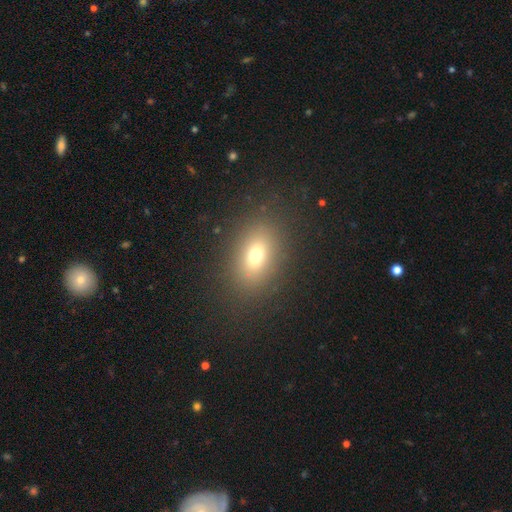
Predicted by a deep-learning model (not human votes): smooth 72%, star or artifact 15%, featured or disk 14%. Down the decision tree: how rounded — in between (75%); merging — none (85%).